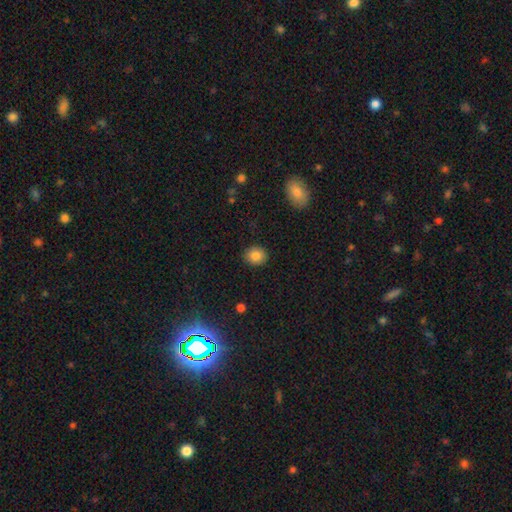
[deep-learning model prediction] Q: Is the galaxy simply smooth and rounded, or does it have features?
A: smooth — 84%.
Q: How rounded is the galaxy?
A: round — 72%.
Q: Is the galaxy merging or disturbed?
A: none — 89%.